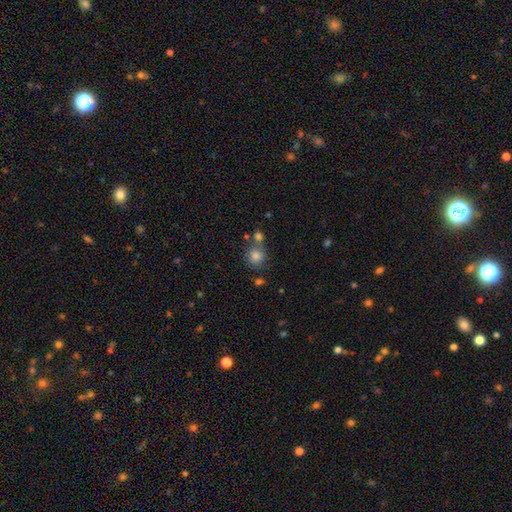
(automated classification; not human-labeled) Q: Smooth or featured?
A: smooth (81%); runner-up: star or artifact (12%)
Q: How rounded?
A: round (88%); runner-up: in between (11%)
Q: Merging?
A: none (66%); runner-up: merger (19%)